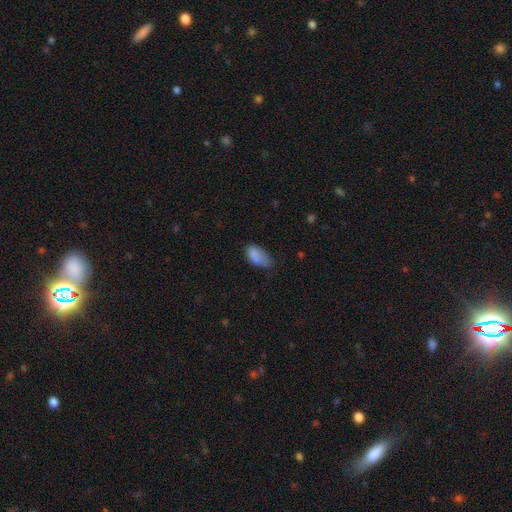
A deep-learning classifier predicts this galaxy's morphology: Q: Smooth or featured?
A: smooth (81%); runner-up: featured or disk (10%)
Q: How rounded?
A: in between (93%); runner-up: round (4%)
Q: Merging?
A: minor disturbance (41%); runner-up: none (36%)